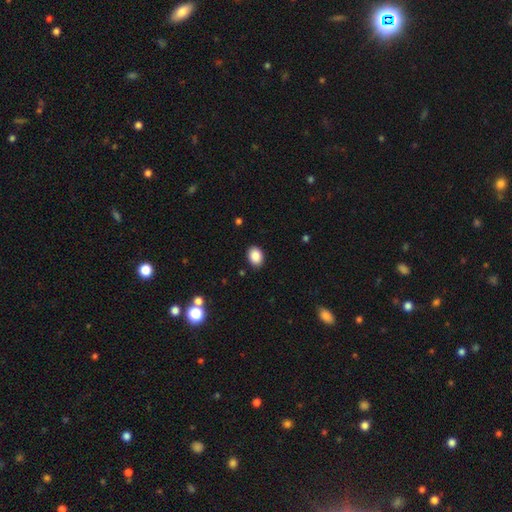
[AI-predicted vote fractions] Smooth or featured? smooth (88%)
How rounded? in between (67%)
Merging? none (89%)